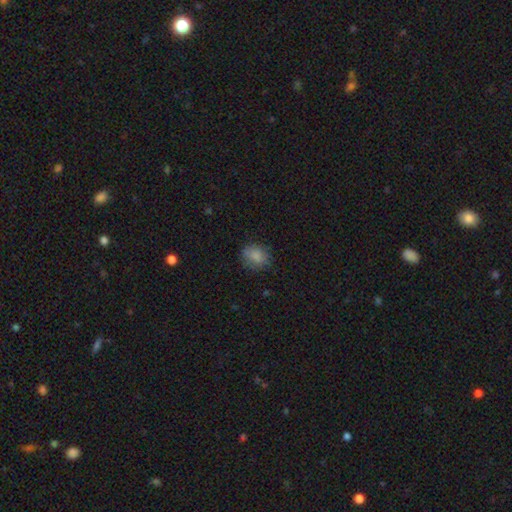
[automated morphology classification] A smooth galaxy with no disk features (82%) that is round (51%).

Vote fractions:
- Smooth or featured? smooth: 82% / star or artifact: 10% / featured or disk: 8%
- How rounded? round: 51% / in between: 48% / cigar-shaped: 1%
- Merging? none: 73% / minor disturbance: 20% / major disturbance: 6% / merger: 1%